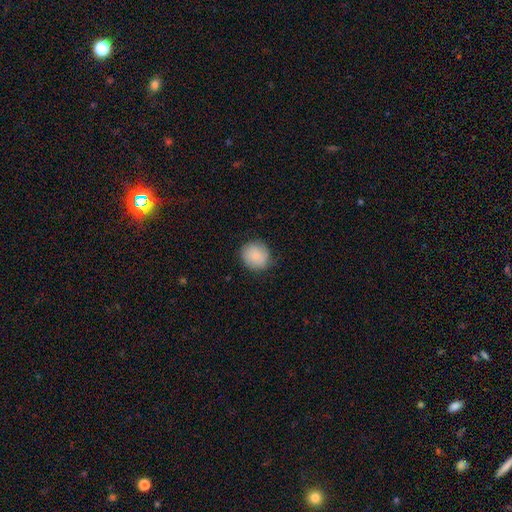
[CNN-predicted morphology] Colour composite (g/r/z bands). It shows a smooth galaxy with no disk features (85%) that is round (89%). Merging: none (83%).